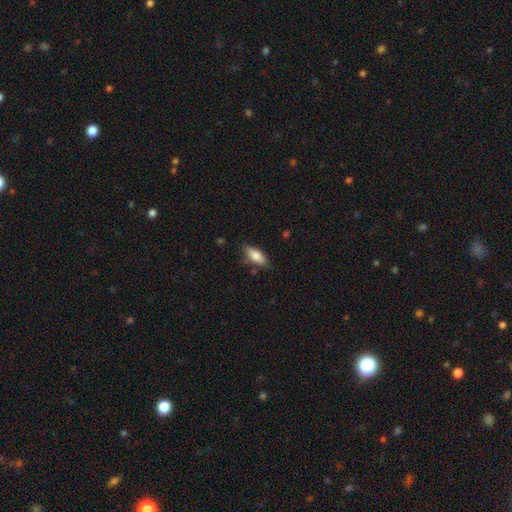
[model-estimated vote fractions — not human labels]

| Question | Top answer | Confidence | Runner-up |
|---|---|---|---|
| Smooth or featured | smooth | 80% | featured or disk (13%) |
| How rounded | in between | 76% | cigar-shaped (22%) |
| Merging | none | 78% | minor disturbance (16%) |